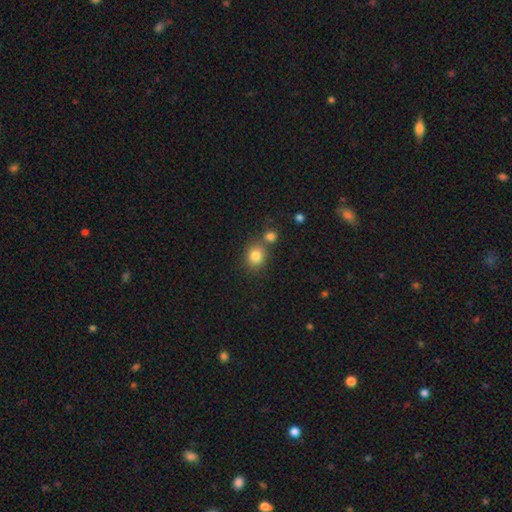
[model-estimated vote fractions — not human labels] Smooth or featured: smooth — 82% (star or artifact — 11%)
How rounded: round — 77% (in between — 22%)
Merging: none — 65% (merger — 23%)